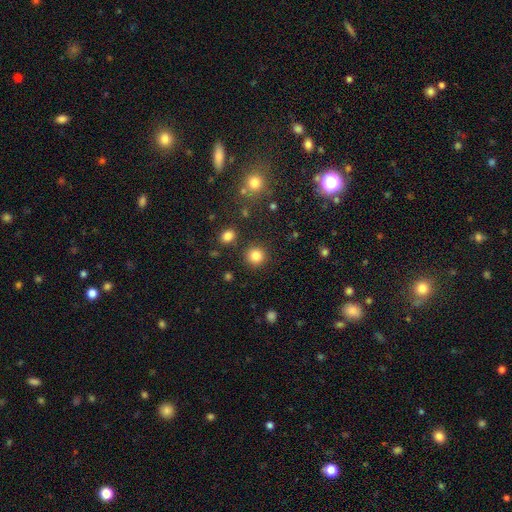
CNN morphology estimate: smooth 84%, star or artifact 11%, featured or disk 5%. Down the decision tree: how rounded — round (93%); merging — none (89%).